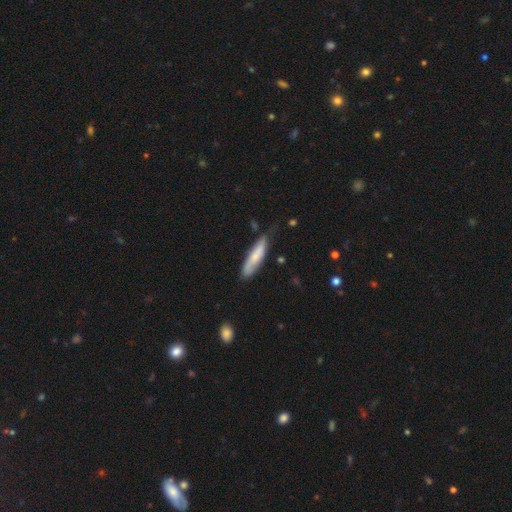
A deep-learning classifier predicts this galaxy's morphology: smooth 66%, featured or disk 28%, star or artifact 6%. Down the decision tree: how rounded — cigar-shaped (75%); merging — none (66%).